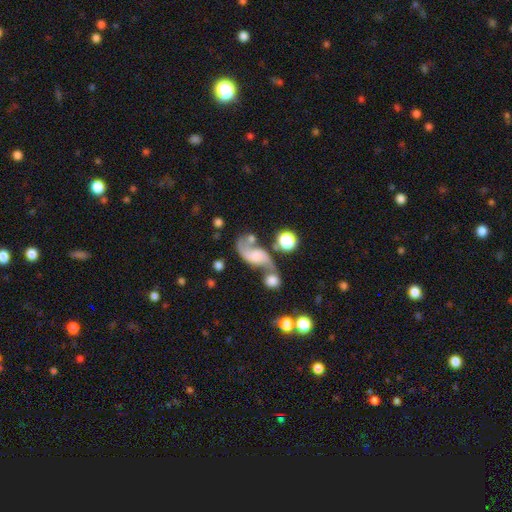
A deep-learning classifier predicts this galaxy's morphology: smooth_or_featured: featured or disk (p=0.74) [alt: smooth p=0.17]
disk_edge_on: no (p=0.96) [alt: yes p=0.04]
bar: no (p=0.59) [alt: weak p=0.33]
has_spiral_arms: yes (p=0.92) [alt: no p=0.08]
spiral_winding: loose (p=0.75) [alt: medium p=0.20]
spiral_arm_count: 2 (p=0.90) [alt: 1 p=0.04]
bulge_size: none (p=0.34) [alt: small p=0.27]
merging: merger (p=0.38) [alt: none p=0.31]